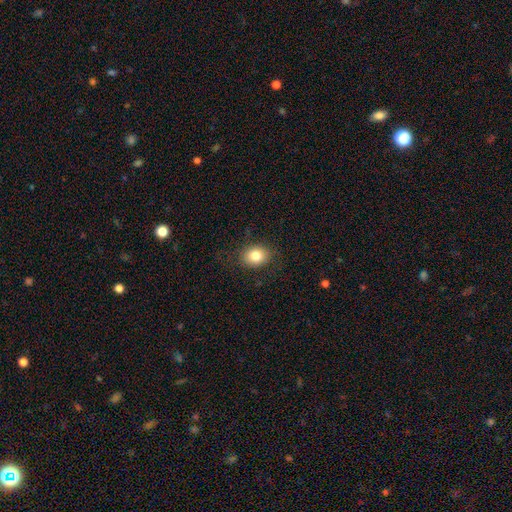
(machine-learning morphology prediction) Smooth or featured? Predicted: smooth (p=0.82). How rounded? Predicted: in between (p=0.55). Merging? Predicted: none (p=0.85).